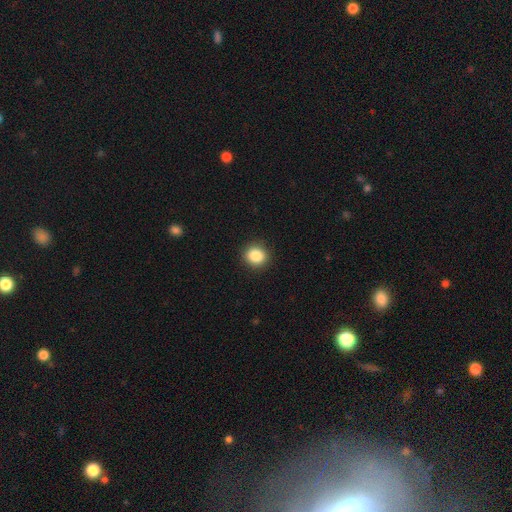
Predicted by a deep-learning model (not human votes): This appears to be a smooth galaxy with no disk features (86%) that is round (82%). Merging: none (91%).